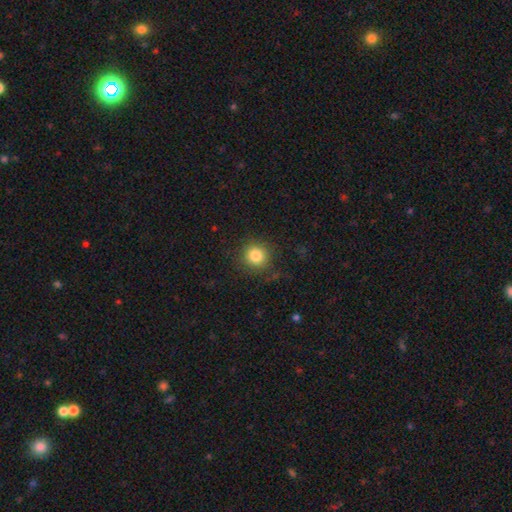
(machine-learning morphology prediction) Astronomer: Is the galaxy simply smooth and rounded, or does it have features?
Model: smooth — 83%.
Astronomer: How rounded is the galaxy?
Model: round — 92%.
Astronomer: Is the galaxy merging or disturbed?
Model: none — 86%.